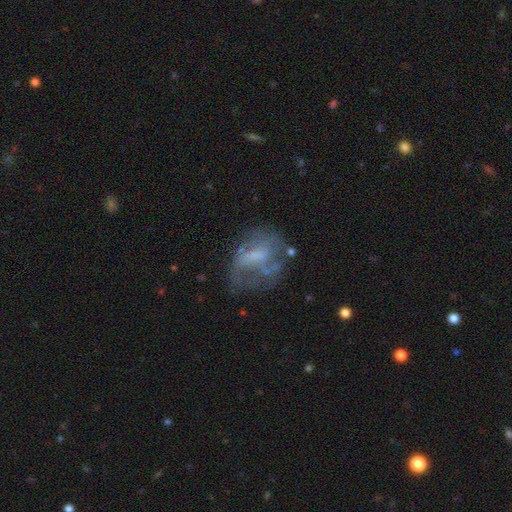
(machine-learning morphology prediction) Smooth or featured?
  - featured or disk: 59% *
  - smooth: 30%
  - star or artifact: 12%
Edge-on disk?
  - no: 97% *
  - yes: 3%
Bar?
  - no: 47% *
  - weak: 39%
  - strong: 14%
Spiral arms?
  - no: 59% *
  - yes: 41%
Bulge size?
  - none: 40% *
  - small: 30%
  - moderate: 24%
  - large: 5%
  - dominant: 1%
Merging?
  - none: 42% *
  - major disturbance: 30%
  - minor disturbance: 22%
  - merger: 6%